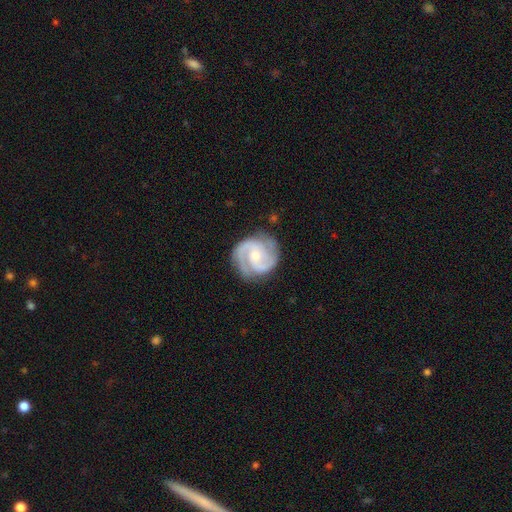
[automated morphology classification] Smooth or featured? Predicted: featured or disk (p=0.90). Edge-on disk? Predicted: no (p=0.98). Bar? Predicted: no (p=0.52). Spiral arms? Predicted: yes (p=0.98). Spiral winding? Predicted: medium (p=0.48). Spiral arm count? Predicted: 2 (p=0.76). Bulge size? Predicted: small (p=0.56). Merging? Predicted: none (p=0.79).